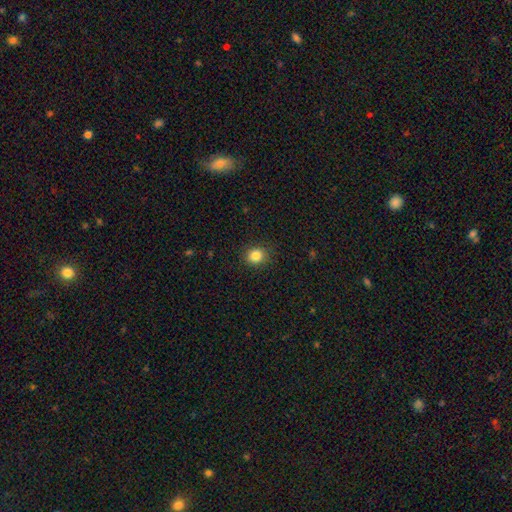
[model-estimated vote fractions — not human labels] Overall: smooth (84%). How rounded: round (79%). Merging: none (88%).